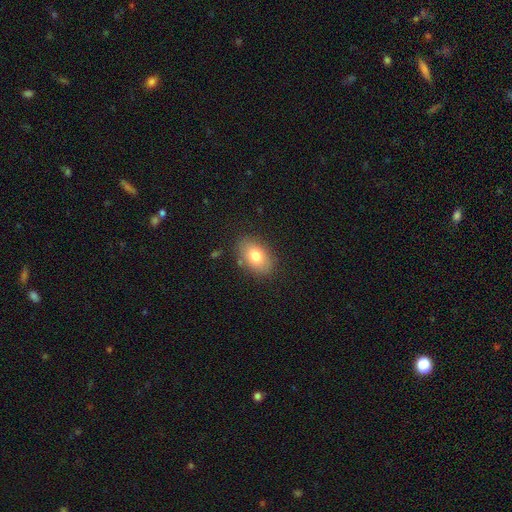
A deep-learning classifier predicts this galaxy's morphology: Smooth or featured? smooth (78%)
How rounded? in between (87%)
Merging? none (83%)